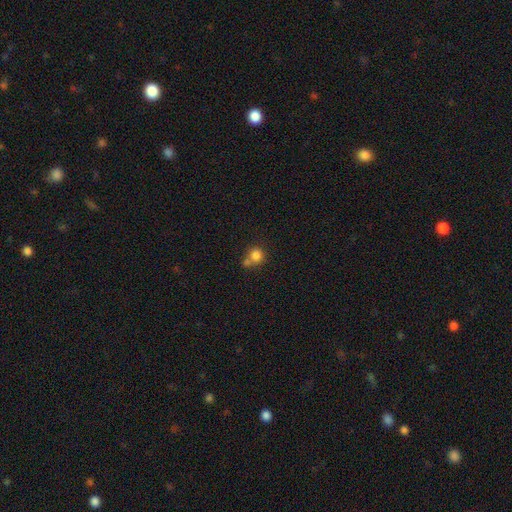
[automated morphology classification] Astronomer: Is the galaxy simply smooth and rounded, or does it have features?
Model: smooth — 81%.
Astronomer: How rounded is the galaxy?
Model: round — 85%.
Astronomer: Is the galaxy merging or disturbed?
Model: none — 47% (runner-up: merger, 37%).